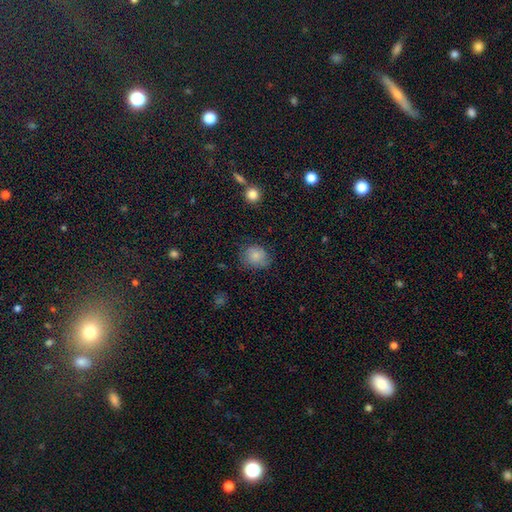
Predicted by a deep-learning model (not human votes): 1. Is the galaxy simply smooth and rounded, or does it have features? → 80% smooth, 11% featured or disk, 9% star or artifact.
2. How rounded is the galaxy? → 67% round, 32% in between, 1% cigar-shaped.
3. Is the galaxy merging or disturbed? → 68% none, 24% minor disturbance, 7% major disturbance, 1% merger.